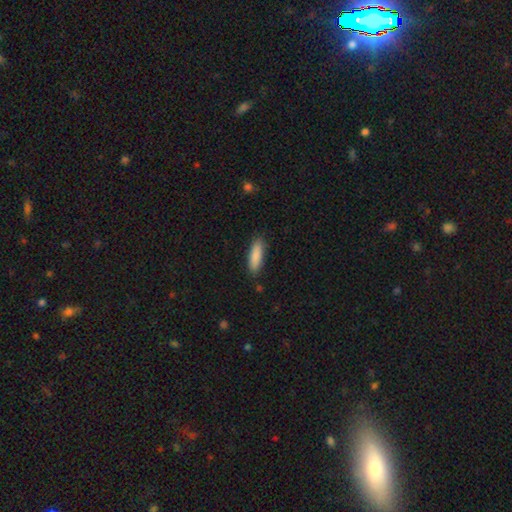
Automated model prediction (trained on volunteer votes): Overall: smooth (88%). How rounded: cigar-shaped (59%; in between 39%). Merging: none (85%).